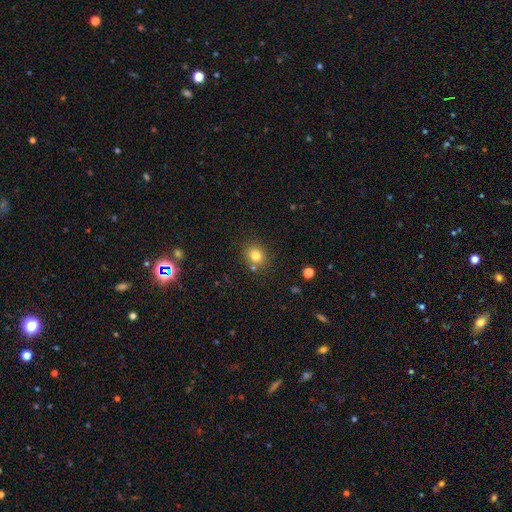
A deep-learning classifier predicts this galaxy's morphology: The model was most divided on "how rounded": round: 76%, in between: 23%, cigar-shaped: 1%. More confident: smooth or featured — smooth (79%); merging — none (78%).